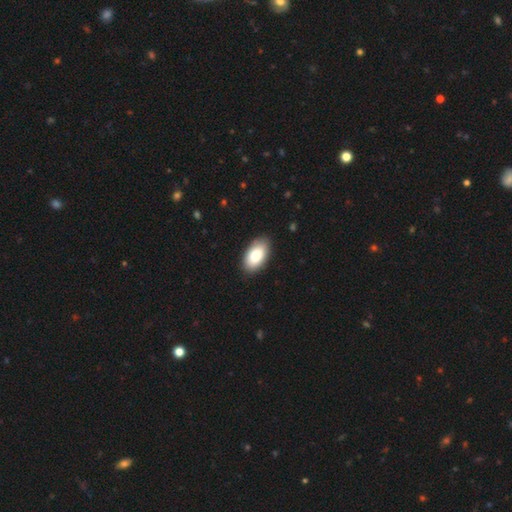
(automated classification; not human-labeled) Smooth or featured?
  - smooth: 82% *
  - featured or disk: 12%
  - star or artifact: 6%
How rounded?
  - in between: 95% *
  - round: 3%
  - cigar-shaped: 2%
Merging?
  - none: 88% *
  - minor disturbance: 9%
  - major disturbance: 2%
  - merger: 1%